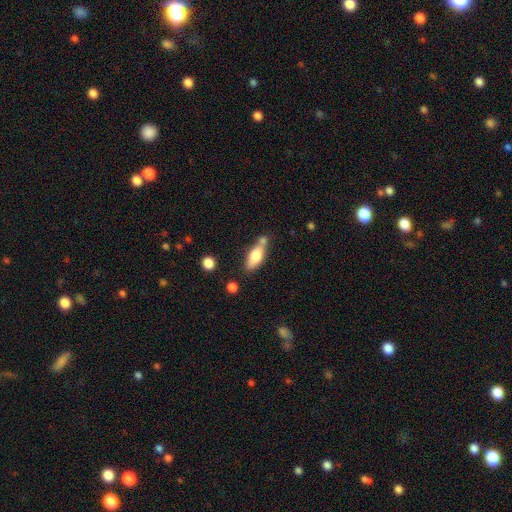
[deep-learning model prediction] Smooth or featured?
  - smooth: 69% *
  - featured or disk: 24%
  - star or artifact: 7%
How rounded?
  - in between: 69% *
  - cigar-shaped: 28%
  - round: 3%
Merging?
  - none: 53% *
  - merger: 22%
  - minor disturbance: 19%
  - major disturbance: 6%